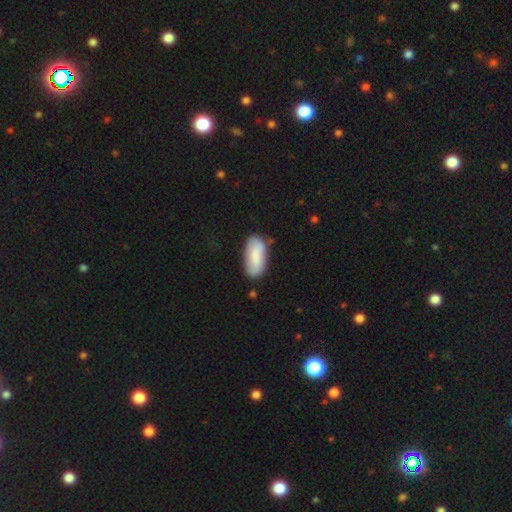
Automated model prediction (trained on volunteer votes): Smooth or featured? Predicted: smooth (p=0.80). How rounded? Predicted: in between (p=0.89). Merging? Predicted: none (p=0.74).